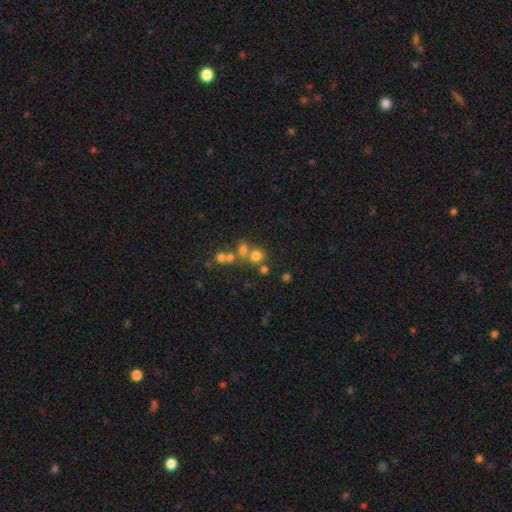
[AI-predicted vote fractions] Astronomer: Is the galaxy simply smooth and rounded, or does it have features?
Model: smooth — 67%.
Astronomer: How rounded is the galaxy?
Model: round — 84%.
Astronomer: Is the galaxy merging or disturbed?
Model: none — 55% (runner-up: merger, 33%).